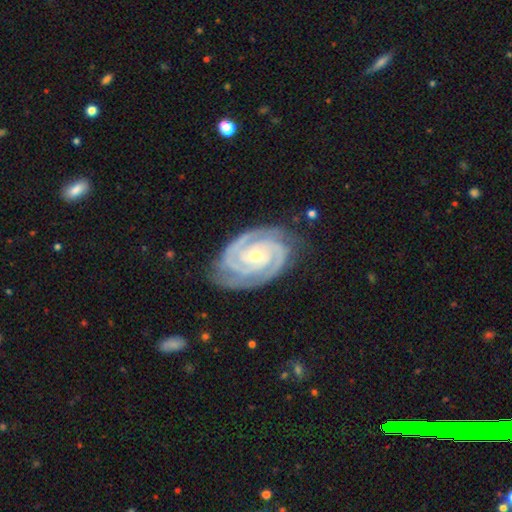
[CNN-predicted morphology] A featured or disk galaxy (93%) with no bar (61%), 2 (61%) tight (80%) spiral arms (99%) and a small central bulge (64%). Merging: none (78%).